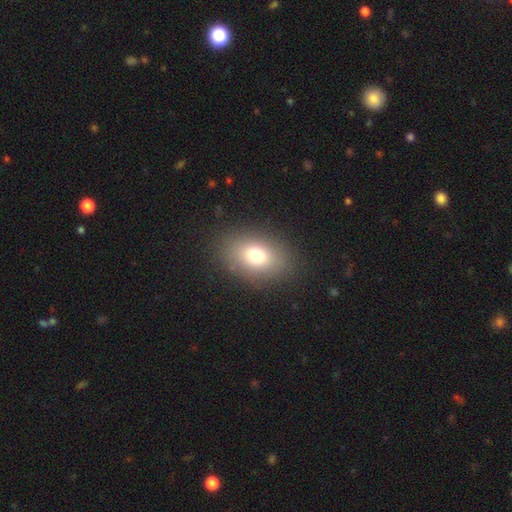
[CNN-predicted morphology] This is likely a smooth galaxy (74%). How rounded: likely in between (76%). Merging: clearly none (86%).